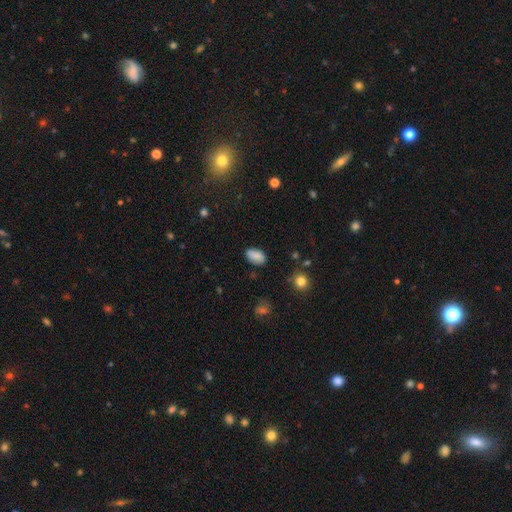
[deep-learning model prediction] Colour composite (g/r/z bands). It shows a smooth galaxy with no disk features (81%) that is in between round and cigar-shaped (89%). Merging: none (80%).